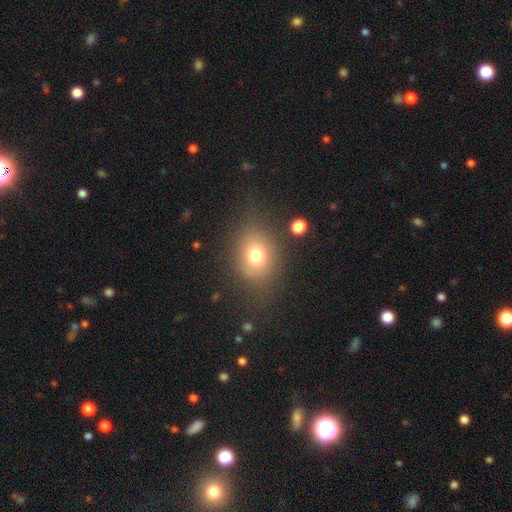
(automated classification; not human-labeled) Smooth or featured: smooth — 72% (star or artifact — 14%)
How rounded: round — 51% (in between — 48%)
Merging: none — 71% (minor disturbance — 16%)